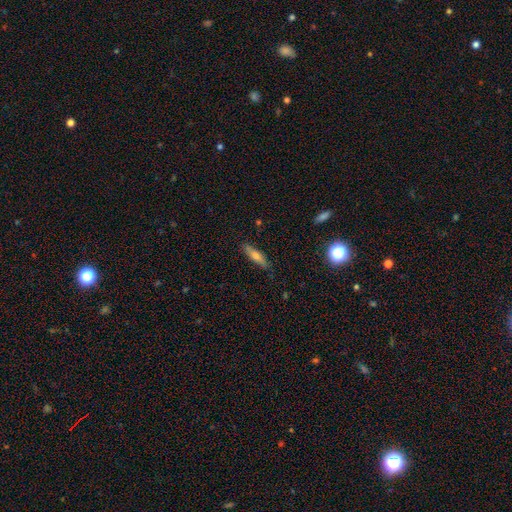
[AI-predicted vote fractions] A smooth galaxy with no disk features (57%) that is cigar-shaped (70%). Merging: none (85%).